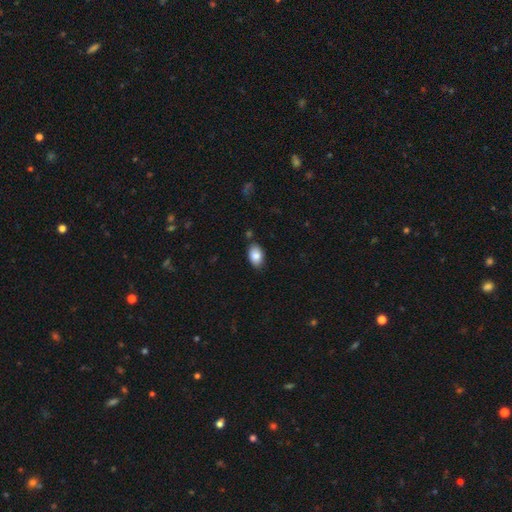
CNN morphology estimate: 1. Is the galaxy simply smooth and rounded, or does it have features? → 85% smooth, 7% featured or disk, 7% star or artifact.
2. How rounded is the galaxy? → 90% in between, 9% round, 1% cigar-shaped.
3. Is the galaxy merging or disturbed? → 81% none, 13% minor disturbance, 3% merger, 2% major disturbance.